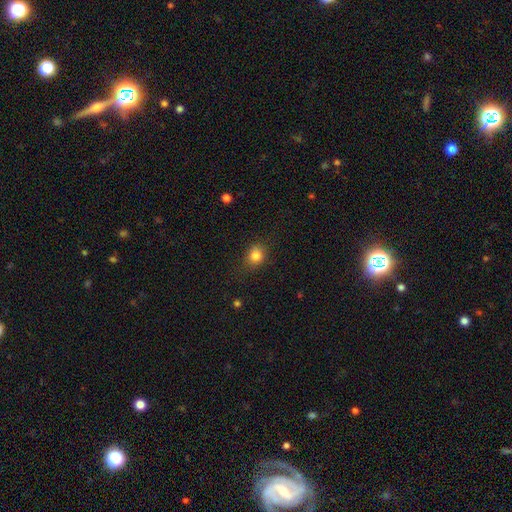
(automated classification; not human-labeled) Q: Smooth or featured?
A: smooth (82%); runner-up: star or artifact (12%)
Q: How rounded?
A: round (65%); runner-up: in between (34%)
Q: Merging?
A: none (78%); runner-up: minor disturbance (16%)